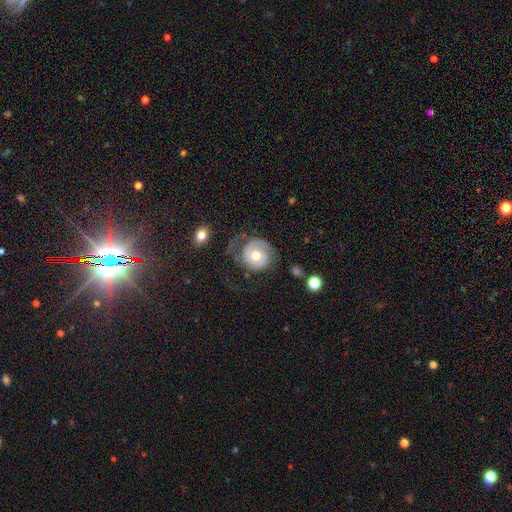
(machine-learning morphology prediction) Smooth or featured?
  - featured or disk: 57% *
  - smooth: 36%
  - star or artifact: 7%
Edge-on disk?
  - no: 97% *
  - yes: 3%
Bar?
  - no: 74% *
  - weak: 22%
  - strong: 4%
Spiral arms?
  - yes: 81% *
  - no: 19%
Bulge size?
  - moderate: 74% *
  - small: 14%
  - large: 10%
  - dominant: 1%
  - none: 1%
Merging?
  - none: 51% *
  - major disturbance: 26%
  - minor disturbance: 21%
  - merger: 2%